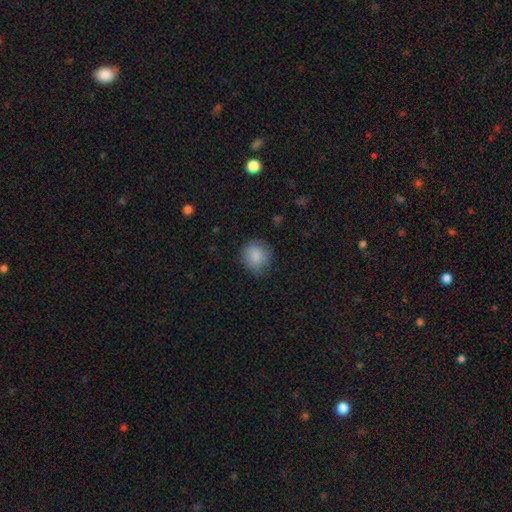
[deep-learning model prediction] This appears to be a smooth galaxy with no disk features (85%) that is round (84%). Merging: none (77%).